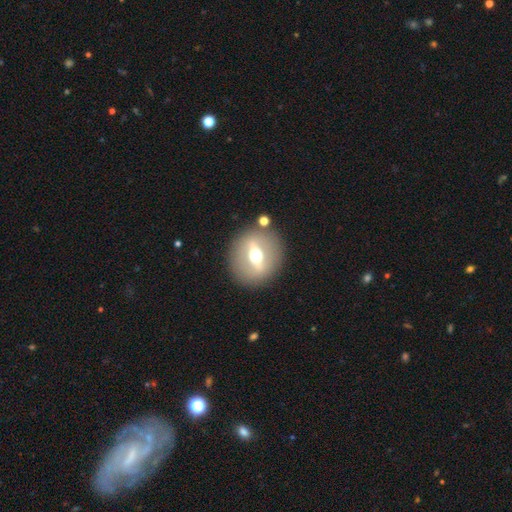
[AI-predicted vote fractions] A featured or disk galaxy (60%). Merging: none (84%).